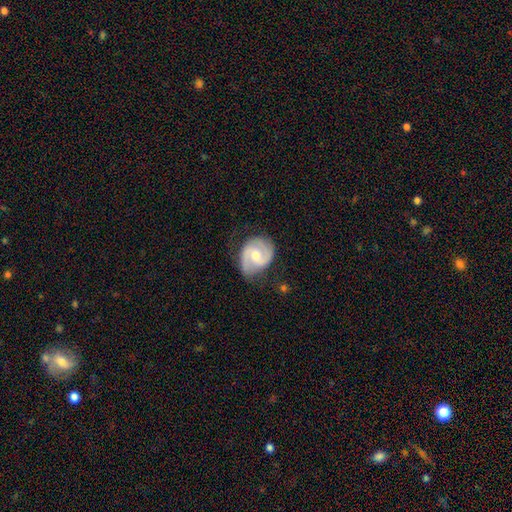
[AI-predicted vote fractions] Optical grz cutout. It shows a featured or disk galaxy (79%) with a weak bar (52%), 2 (86%) medium (51%) spiral arms (94%) and a moderate central bulge (63%). Merging: none (68%).